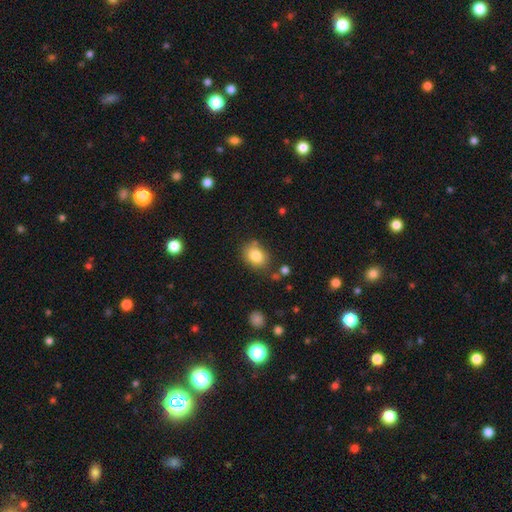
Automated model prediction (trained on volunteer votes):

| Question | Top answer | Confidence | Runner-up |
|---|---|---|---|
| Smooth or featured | smooth | 83% | star or artifact (9%) |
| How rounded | in between | 61% | round (38%) |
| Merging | none | 75% | minor disturbance (15%) |